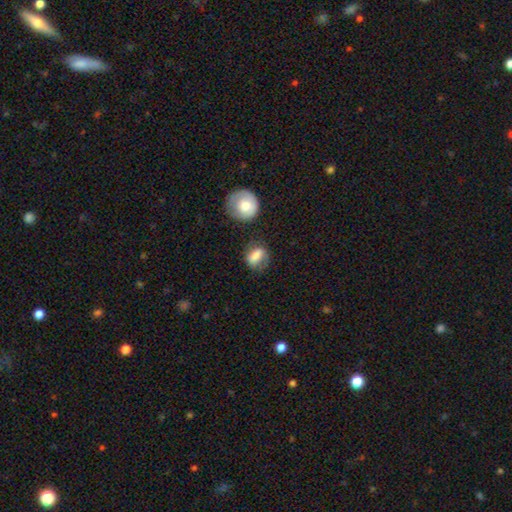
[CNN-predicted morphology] Smooth or featured?
  - smooth: 72% *
  - featured or disk: 20%
  - star or artifact: 8%
How rounded?
  - in between: 57% *
  - round: 40%
  - cigar-shaped: 3%
Merging?
  - none: 56% *
  - minor disturbance: 24%
  - major disturbance: 12%
  - merger: 8%